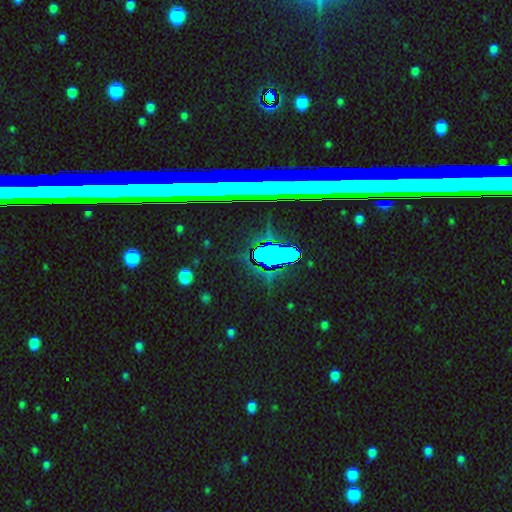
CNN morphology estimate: This appears to be a star or artifact, not a galaxy (62%).